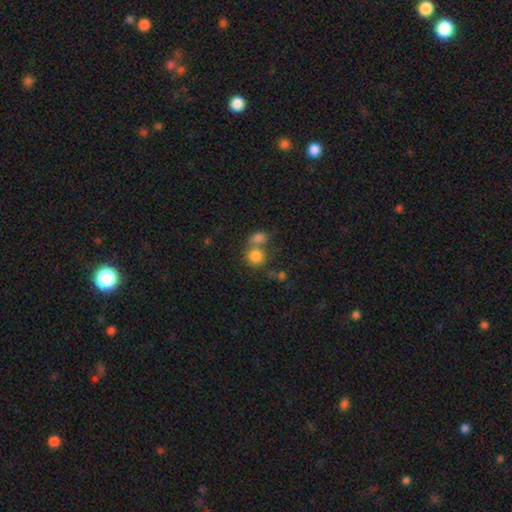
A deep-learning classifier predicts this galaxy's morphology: smooth-or-featured: smooth: 81% | star or artifact: 10% | featured or disk: 8%
  how-rounded: round: 81% | in between: 18% | cigar-shaped: 1%
  merging: merger: 46% | none: 41% | minor disturbance: 9% | major disturbance: 5%